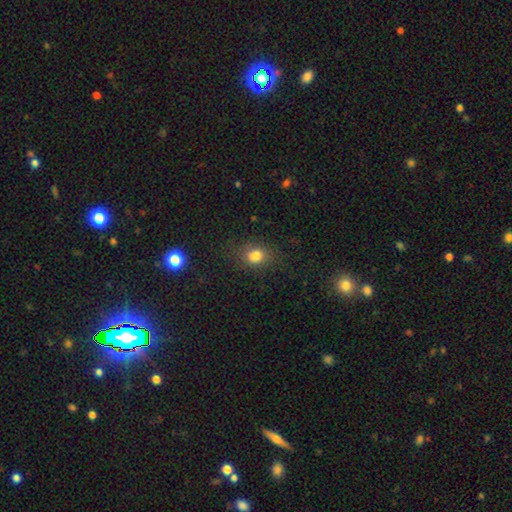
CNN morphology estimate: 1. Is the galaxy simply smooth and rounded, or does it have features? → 77% smooth, 15% star or artifact, 8% featured or disk.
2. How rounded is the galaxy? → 50% in between, 49% round, 2% cigar-shaped.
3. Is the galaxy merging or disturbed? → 74% none, 16% minor disturbance, 6% major disturbance, 4% merger.